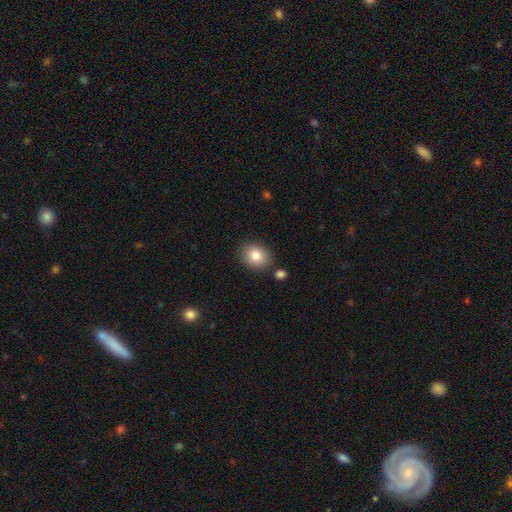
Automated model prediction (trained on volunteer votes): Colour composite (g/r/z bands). It shows a smooth galaxy with no disk features (83%) that is round (64%). Merging: none (83%).